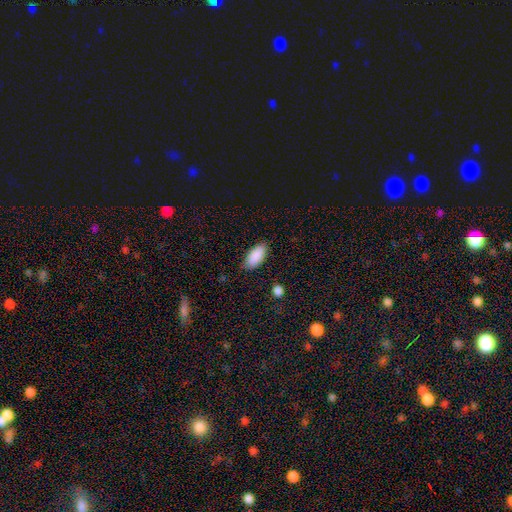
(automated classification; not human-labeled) Smooth or featured? Predicted: smooth (p=0.90). How rounded? Predicted: in between (p=0.90). Merging? Predicted: none (p=0.85).